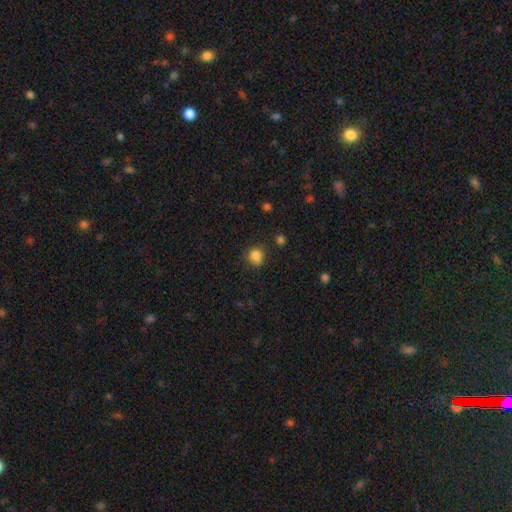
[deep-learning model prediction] Smooth or featured? Predicted: smooth (p=0.83). How rounded? Predicted: round (p=0.82). Merging? Predicted: none (p=0.74).